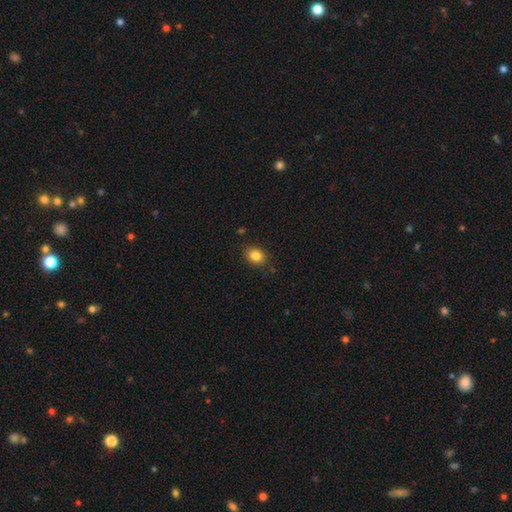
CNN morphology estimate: Smooth or featured: smooth — 84% (star or artifact — 10%)
How rounded: in between — 52% (round — 47%)
Merging: none — 85% (minor disturbance — 11%)